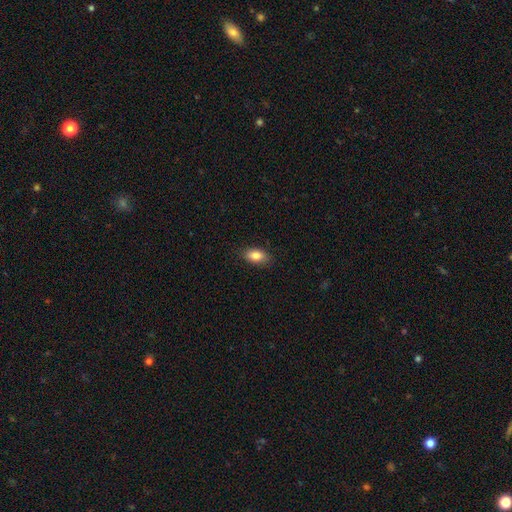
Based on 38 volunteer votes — Overall: smooth (89%). How rounded: in between (94%). Merging: none (80%).